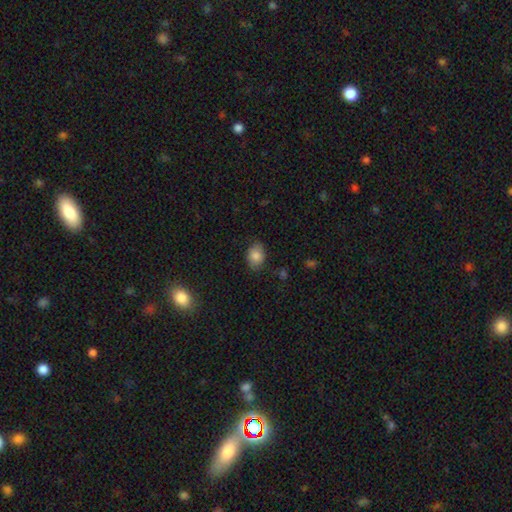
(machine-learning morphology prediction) smooth 83%, star or artifact 9%, featured or disk 8%. Down the decision tree: how rounded — in between (71%); merging — none (80%).